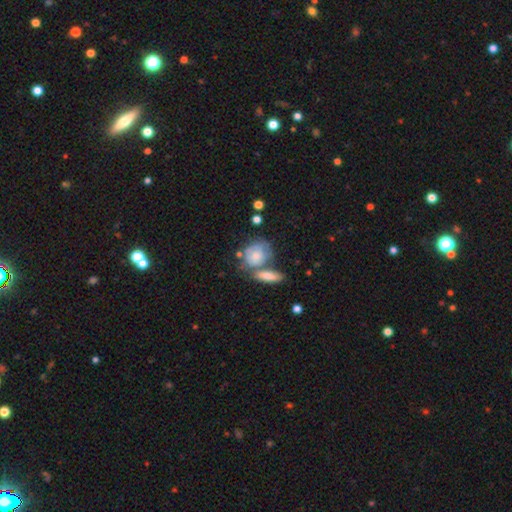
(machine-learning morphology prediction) Smooth or featured? Predicted: smooth (p=0.62). How rounded? Predicted: round (p=0.50). Merging? Predicted: merger (p=0.37, tied with none).